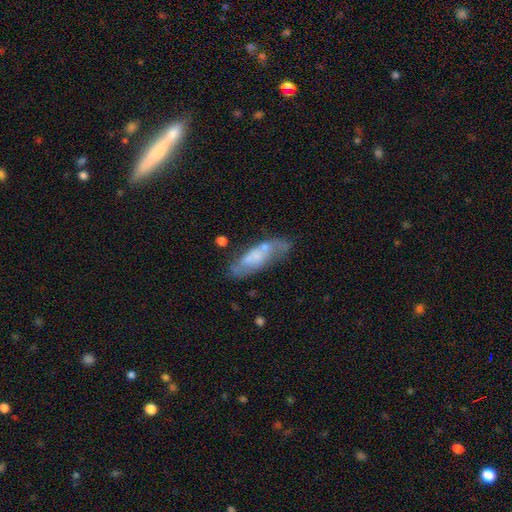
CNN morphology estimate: Smooth or featured?
  - featured or disk: 48% *
  - smooth: 44%
  - star or artifact: 8%
Merging?
  - none: 53% *
  - minor disturbance: 25%
  - major disturbance: 12%
  - merger: 10%